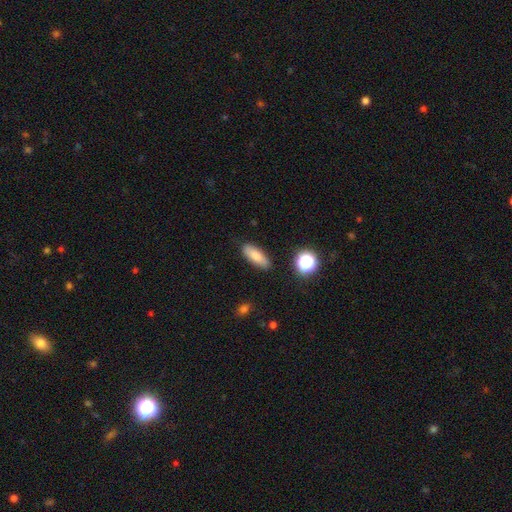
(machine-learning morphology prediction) A smooth galaxy with no disk features (82%) that is in between round and cigar-shaped (65%).

Vote fractions:
- Smooth or featured? smooth: 82% / featured or disk: 10% / star or artifact: 9%
- How rounded? in between: 65% / cigar-shaped: 31% / round: 4%
- Merging? none: 86% / minor disturbance: 10% / major disturbance: 2% / merger: 2%